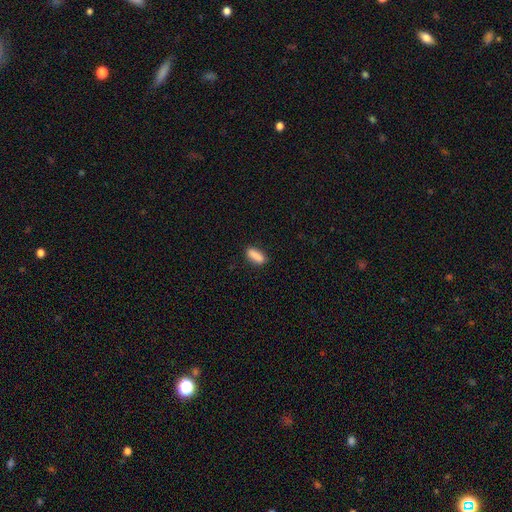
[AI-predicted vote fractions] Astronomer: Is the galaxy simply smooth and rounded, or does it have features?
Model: smooth — 88%.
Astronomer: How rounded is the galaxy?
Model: in between — 64%.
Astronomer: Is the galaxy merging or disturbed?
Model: none — 86%.